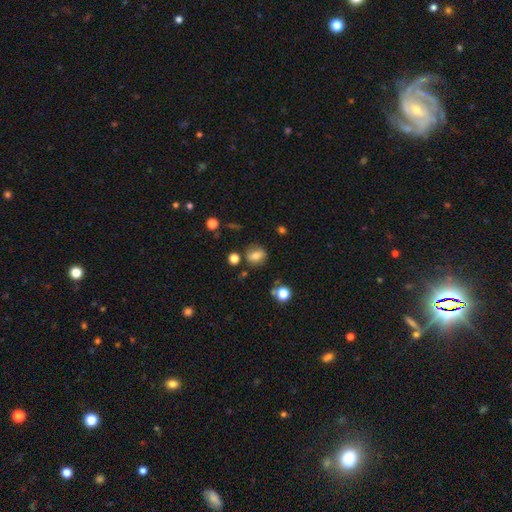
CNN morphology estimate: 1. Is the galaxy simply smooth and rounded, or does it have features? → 68% smooth, 19% featured or disk, 12% star or artifact.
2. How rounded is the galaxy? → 61% round, 37% in between, 2% cigar-shaped.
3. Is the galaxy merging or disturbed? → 76% none, 14% minor disturbance, 5% major disturbance, 5% merger.